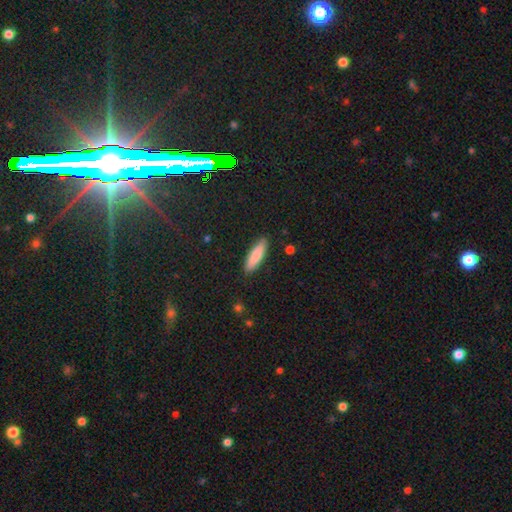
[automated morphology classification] type=smooth (84%); roundness=cigar-shaped (70%); merging=none (89%).